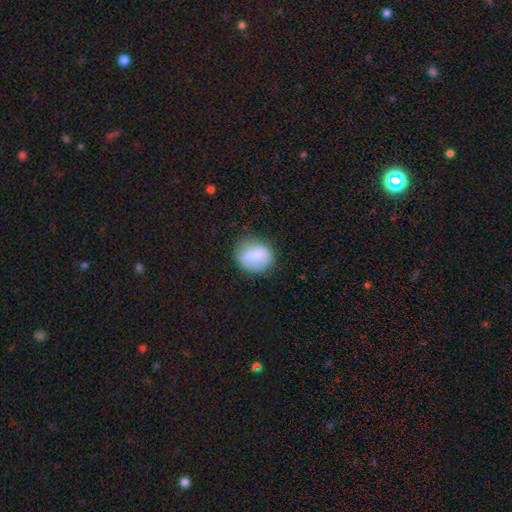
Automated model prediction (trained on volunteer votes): smooth 77%, featured or disk 15%, star or artifact 8%. Down the decision tree: how rounded — round (66%); merging — none (73%).